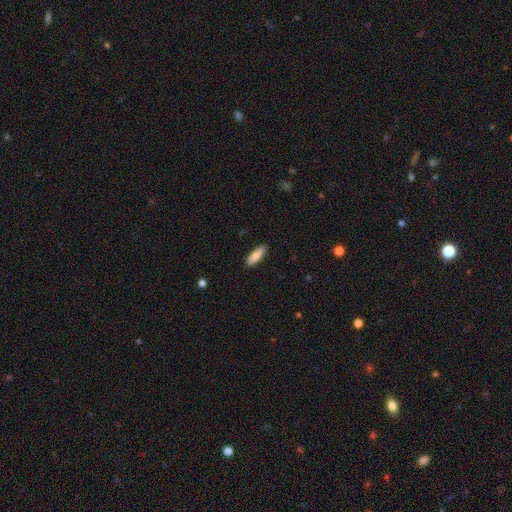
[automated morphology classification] Q: Smooth or featured?
A: smooth (84%); runner-up: featured or disk (11%)
Q: How rounded?
A: cigar-shaped (51%); runner-up: in between (48%)
Q: Merging?
A: none (89%); runner-up: minor disturbance (8%)